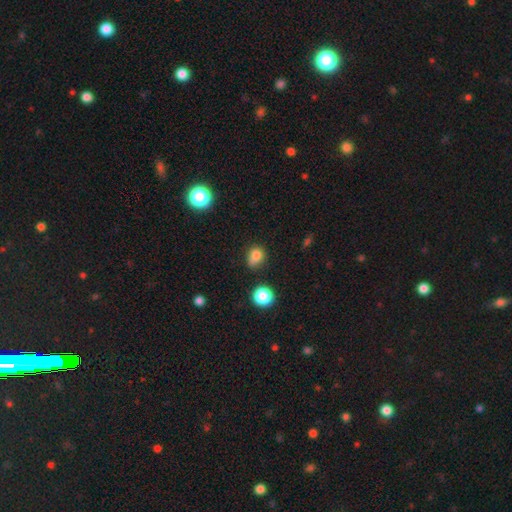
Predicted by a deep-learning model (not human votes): The model was most divided on "how rounded": round: 60%, in between: 38%, cigar-shaped: 1%. More confident: smooth or featured — smooth (79%); merging — none (54%).